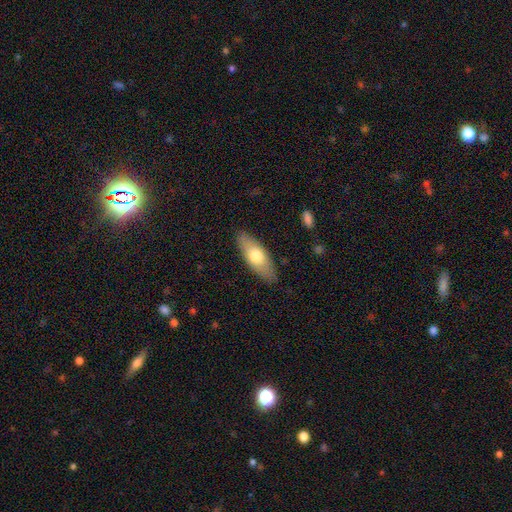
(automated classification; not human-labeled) Q: Smooth or featured?
A: smooth (67%); runner-up: featured or disk (27%)
Q: How rounded?
A: in between (69%); runner-up: cigar-shaped (28%)
Q: Merging?
A: none (85%); runner-up: minor disturbance (12%)